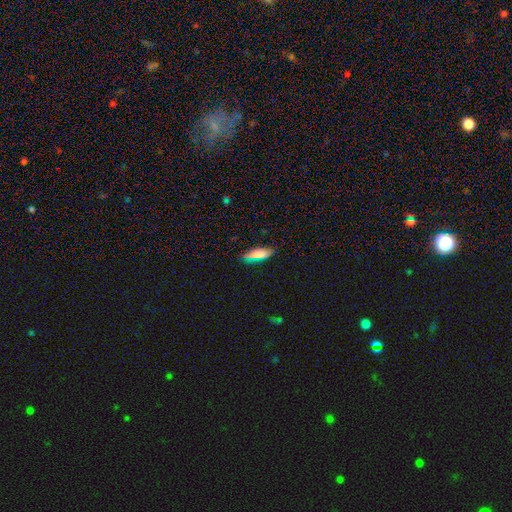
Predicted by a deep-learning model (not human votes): The model was most divided on "how rounded": in between: 55%, cigar-shaped: 42%, round: 2%. More confident: merging — none (82%); smooth or featured — smooth (80%).